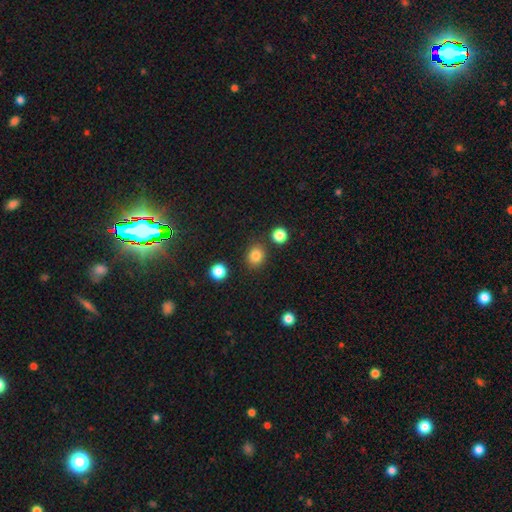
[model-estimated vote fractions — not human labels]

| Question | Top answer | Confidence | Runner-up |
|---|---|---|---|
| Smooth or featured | smooth | 83% | star or artifact (12%) |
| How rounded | round | 68% | in between (31%) |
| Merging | none | 85% | minor disturbance (8%) |